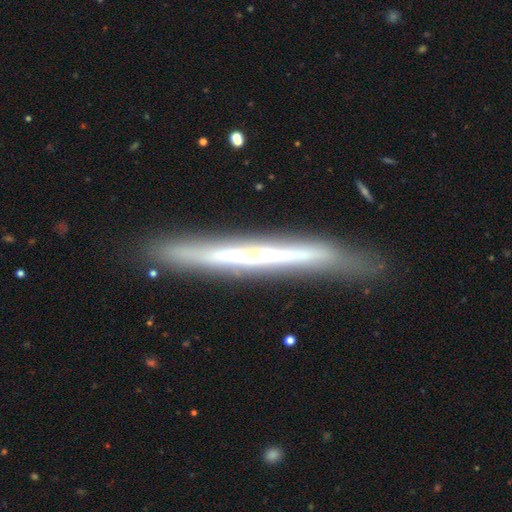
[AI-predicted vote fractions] Smooth or featured: featured or disk — 72% (smooth — 21%)
Edge-on disk: yes — 94% (no — 6%)
Edge-on bulge: none — 75% (rounded — 16%)
Merging: none — 84% (minor disturbance — 11%)